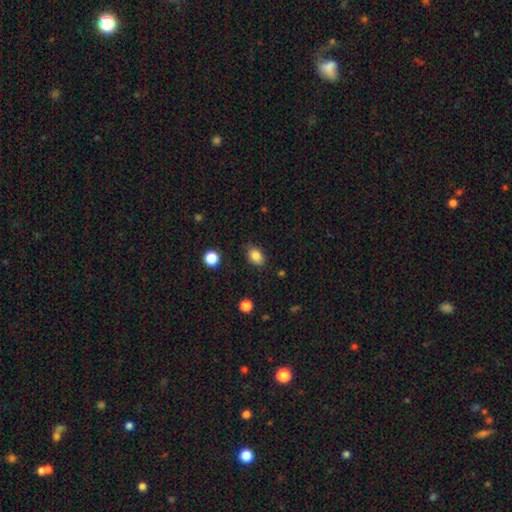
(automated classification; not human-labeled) Morphology: type=smooth (84%); roundness=in between (72%); merging=none (81%).